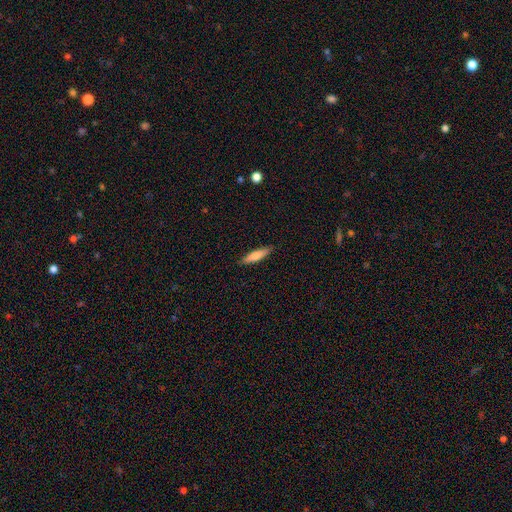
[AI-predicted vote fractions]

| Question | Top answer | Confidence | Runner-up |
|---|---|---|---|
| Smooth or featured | smooth | 76% | featured or disk (18%) |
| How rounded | cigar-shaped | 75% | in between (23%) |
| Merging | none | 88% | minor disturbance (9%) |